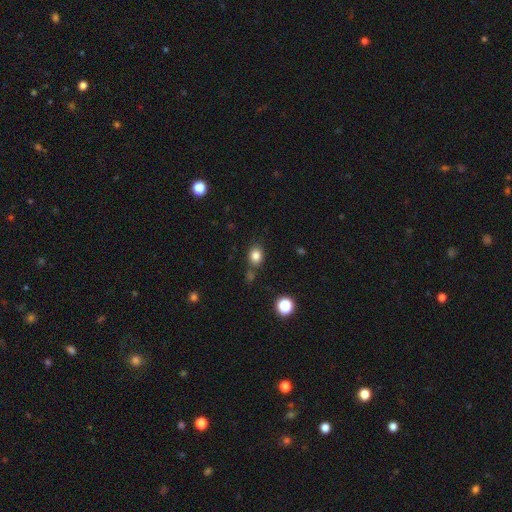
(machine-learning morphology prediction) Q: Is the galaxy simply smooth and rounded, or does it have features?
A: smooth — 82%.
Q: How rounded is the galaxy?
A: in between — 51%.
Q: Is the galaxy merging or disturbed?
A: none — 73%.